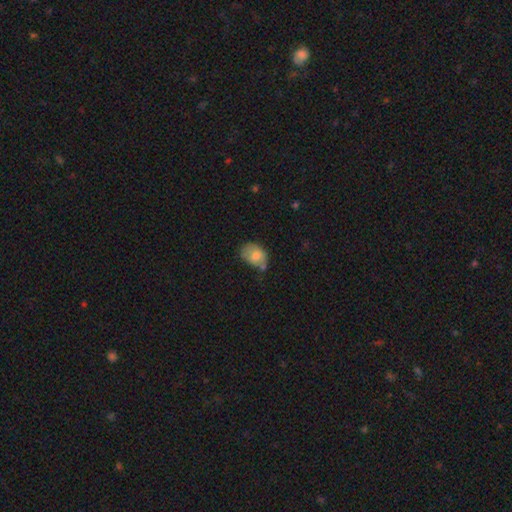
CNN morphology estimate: smooth-or-featured: smooth: 73% | featured or disk: 19% | star or artifact: 8%
  how-rounded: in between: 75% | round: 24% | cigar-shaped: 1%
  merging: none: 43% | minor disturbance: 34% | major disturbance: 13% | merger: 10%